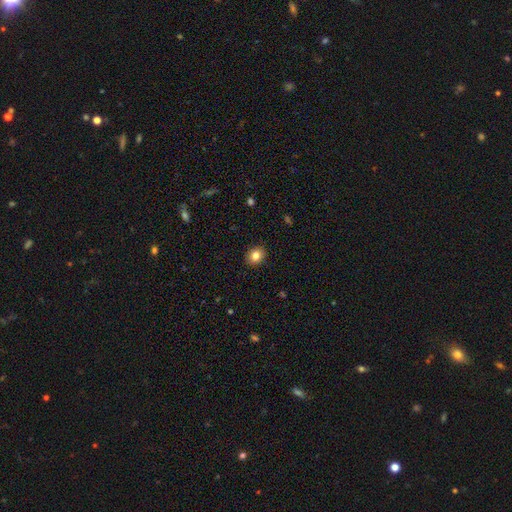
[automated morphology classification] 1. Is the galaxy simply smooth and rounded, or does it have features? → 82% smooth, 10% star or artifact, 7% featured or disk.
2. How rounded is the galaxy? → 64% round, 36% in between, 1% cigar-shaped.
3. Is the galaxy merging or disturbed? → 91% none, 7% minor disturbance, 2% major disturbance, 1% merger.